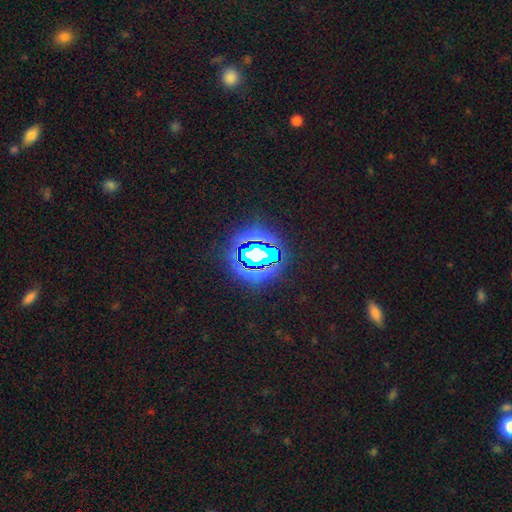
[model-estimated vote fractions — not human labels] Morphology: type=star or artifact (72%).